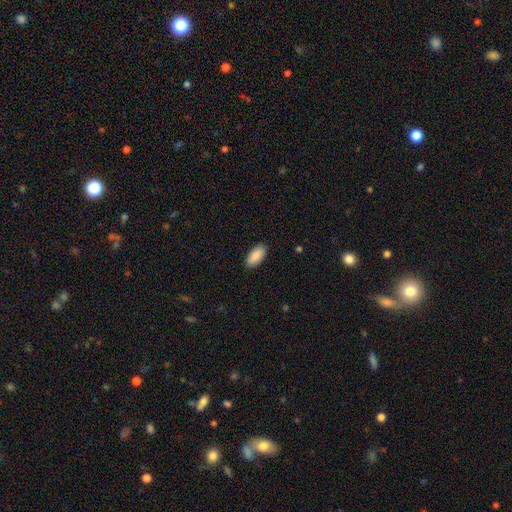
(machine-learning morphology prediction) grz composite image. It shows a smooth galaxy with no disk features (90%) that is in between round and cigar-shaped (92%). Merging: none (89%).